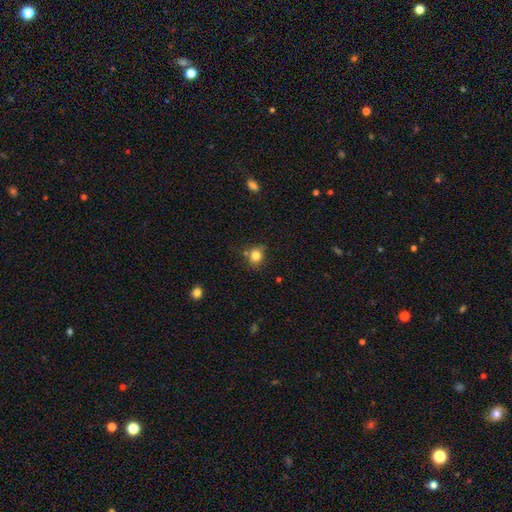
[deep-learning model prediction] smooth_or_featured: smooth (p=0.82) [alt: star or artifact p=0.12]
how_rounded: round (p=0.78) [alt: in between p=0.21]
merging: none (p=0.71) [alt: minor disturbance p=0.16]